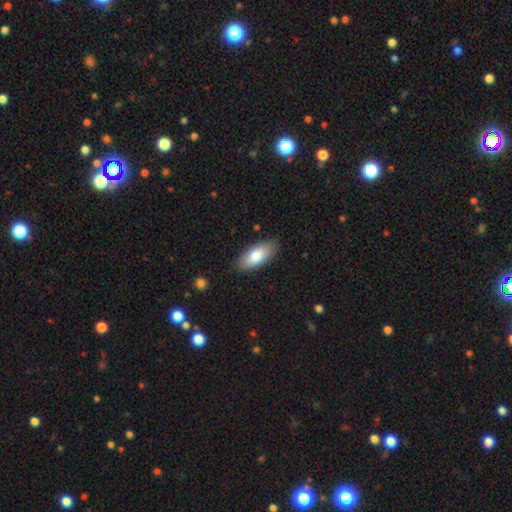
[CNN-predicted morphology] This appears to be a smooth galaxy with no disk features (79%) that is in between round and cigar-shaped (86%). Merging: none (87%).